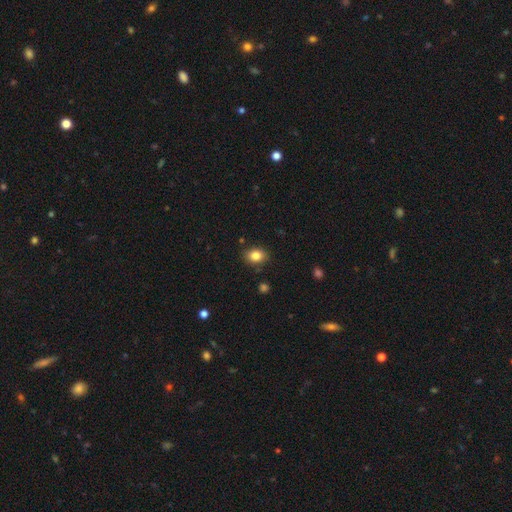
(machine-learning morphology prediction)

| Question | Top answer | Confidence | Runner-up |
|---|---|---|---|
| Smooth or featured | smooth | 84% | star or artifact (9%) |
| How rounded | in between | 63% | round (36%) |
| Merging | none | 85% | minor disturbance (11%) |